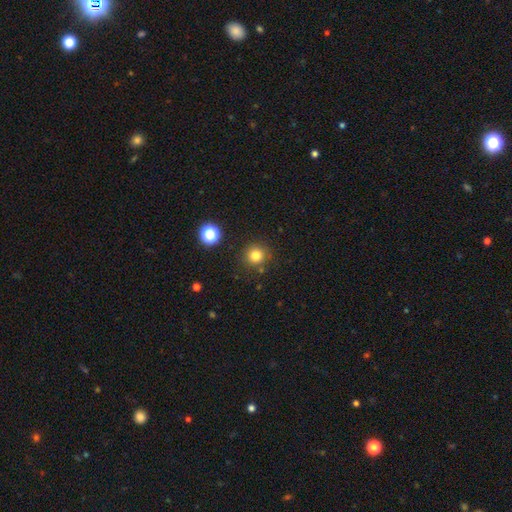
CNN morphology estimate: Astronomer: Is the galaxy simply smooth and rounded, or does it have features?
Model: smooth — 80%.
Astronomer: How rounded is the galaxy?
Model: round — 94%.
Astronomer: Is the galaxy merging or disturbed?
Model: none — 86%.